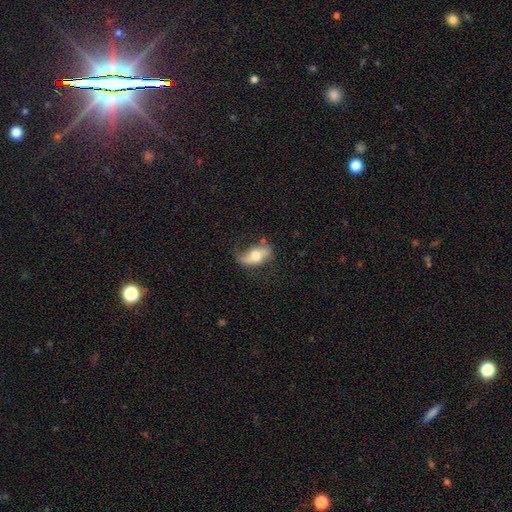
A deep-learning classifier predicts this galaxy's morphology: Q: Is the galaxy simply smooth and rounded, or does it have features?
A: featured or disk — 48%.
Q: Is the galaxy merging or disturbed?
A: none — 58%.